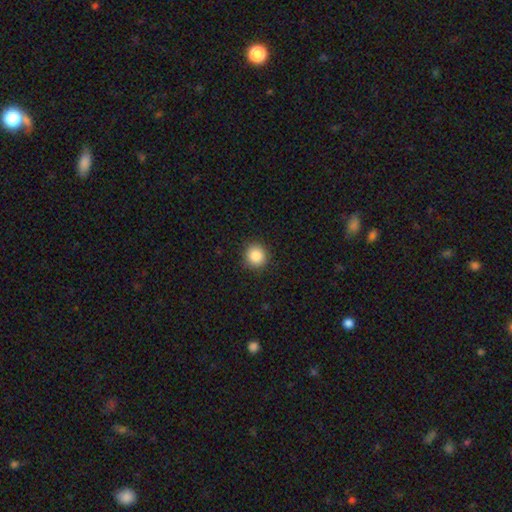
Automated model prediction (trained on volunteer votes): Smooth or featured?
  - smooth: 87% *
  - star or artifact: 10%
  - featured or disk: 3%
How rounded?
  - round: 93% *
  - in between: 6%
  - cigar-shaped: 1%
Merging?
  - none: 91% *
  - minor disturbance: 6%
  - major disturbance: 2%
  - merger: 1%